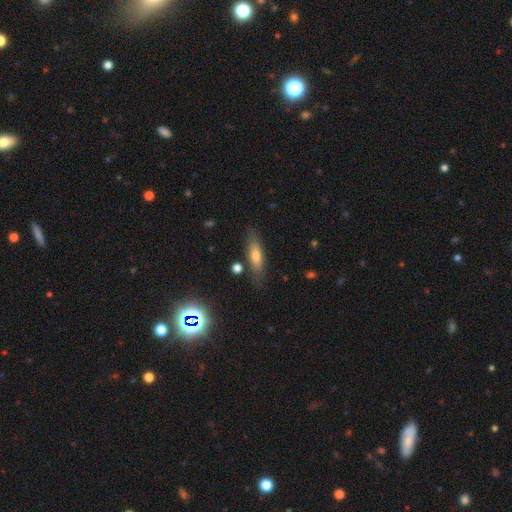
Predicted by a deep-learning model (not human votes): Smooth or featured?
  - smooth: 58% *
  - featured or disk: 29%
  - star or artifact: 13%
How rounded?
  - cigar-shaped: 61% *
  - in between: 36%
  - round: 3%
Merging?
  - none: 81% *
  - minor disturbance: 13%
  - major disturbance: 3%
  - merger: 3%